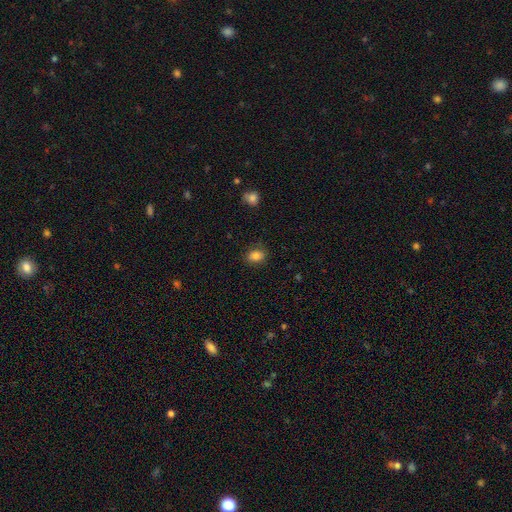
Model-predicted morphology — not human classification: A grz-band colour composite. It shows a smooth galaxy with no disk features (83%) that is in between round and cigar-shaped (66%). Merging: none (83%).